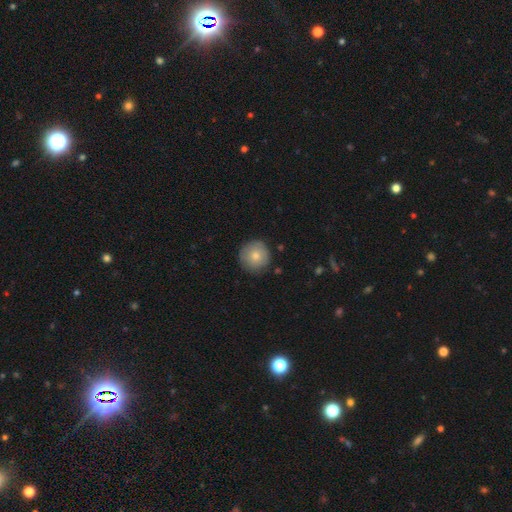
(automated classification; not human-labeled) smooth 75%, featured or disk 18%, star or artifact 7%. Down the decision tree: how rounded — round (95%); merging — none (84%).